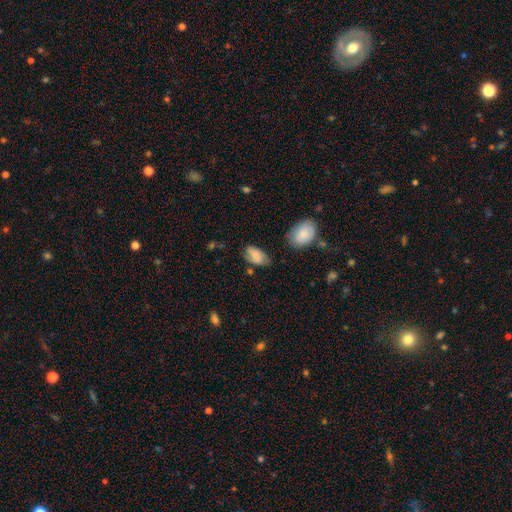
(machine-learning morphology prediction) Smooth or featured: smooth — 74% (featured or disk — 19%)
How rounded: in between — 93% (round — 5%)
Merging: none — 61% (minor disturbance — 28%)